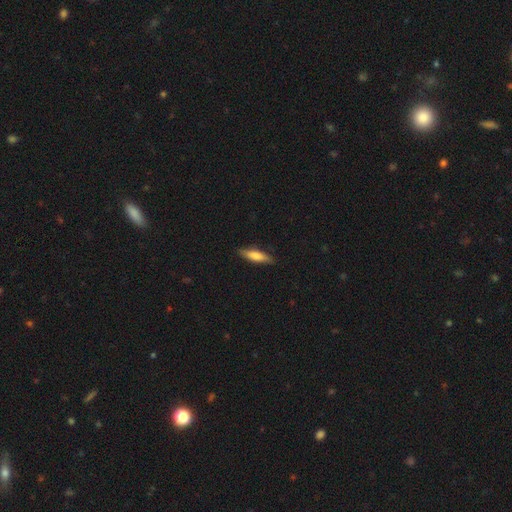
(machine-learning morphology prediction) A smooth galaxy with no disk features (70%) that is cigar-shaped (68%). Merging: none (86%).